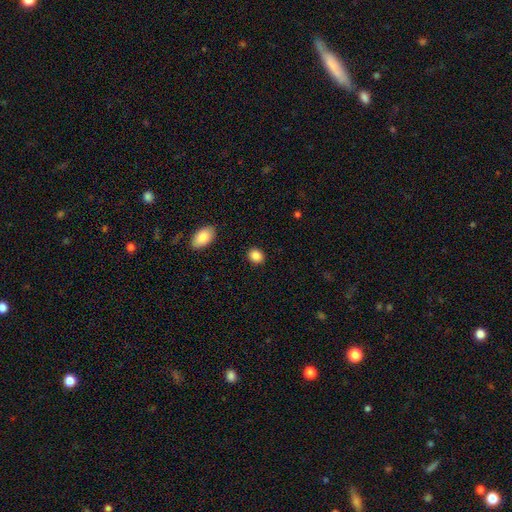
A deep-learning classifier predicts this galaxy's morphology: smooth_or_featured: smooth (p=0.87) [alt: star or artifact p=0.09]
how_rounded: round (p=0.56) [alt: in between p=0.43]
merging: none (p=0.90) [alt: minor disturbance p=0.07]